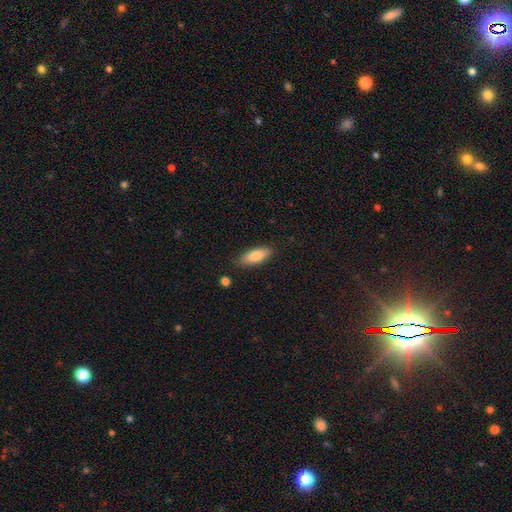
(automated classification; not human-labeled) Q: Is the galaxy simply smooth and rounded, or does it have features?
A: smooth — 82%.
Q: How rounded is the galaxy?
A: in between — 72%.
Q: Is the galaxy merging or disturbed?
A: none — 85%.